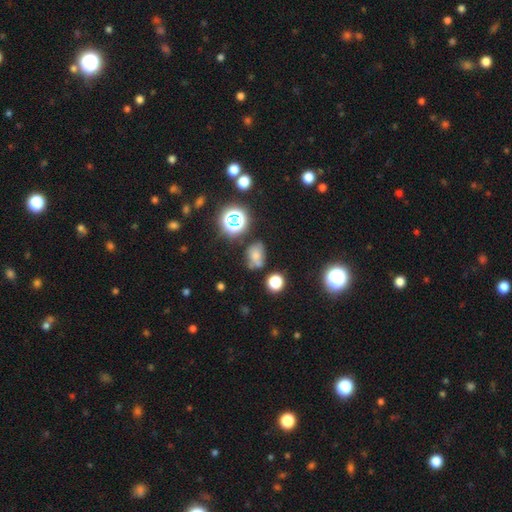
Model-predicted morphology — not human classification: Overall: smooth (58%; star or artifact 25%). How rounded: in between (61%; round 37%). Merging: none (51%; minor disturbance 24%).